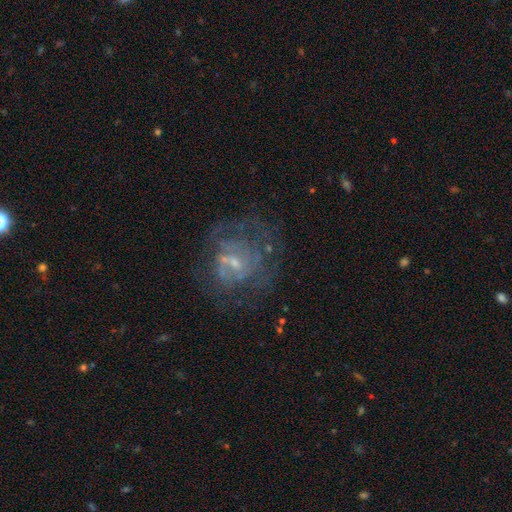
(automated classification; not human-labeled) This appears to be a featured or disk galaxy (59%) with no bar (52%), spiral arms (66%) and a small central bulge (61%). Merging: none (67%).